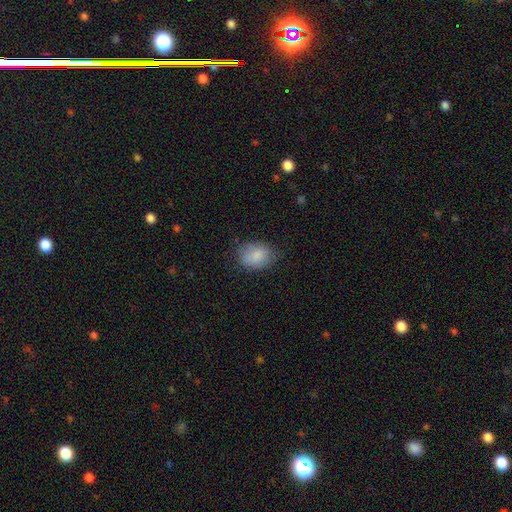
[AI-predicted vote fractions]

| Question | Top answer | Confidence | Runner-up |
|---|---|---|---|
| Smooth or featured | smooth | 85% | featured or disk (8%) |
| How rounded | in between | 67% | round (31%) |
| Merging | none | 73% | minor disturbance (20%) |